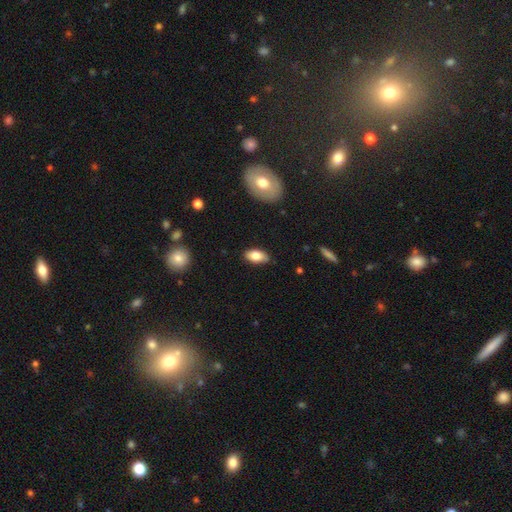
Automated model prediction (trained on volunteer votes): A smooth galaxy with no disk features (81%) that is in between round and cigar-shaped (93%). Merging: none (82%).